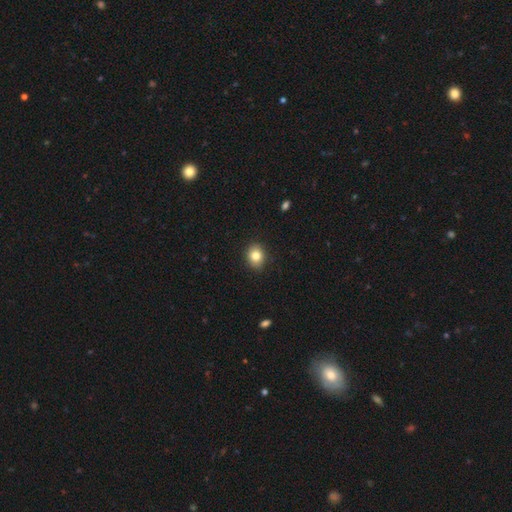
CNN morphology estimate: Smooth or featured: smooth — 82% (star or artifact — 10%)
How rounded: round — 55% (in between — 45%)
Merging: none — 89% (minor disturbance — 9%)